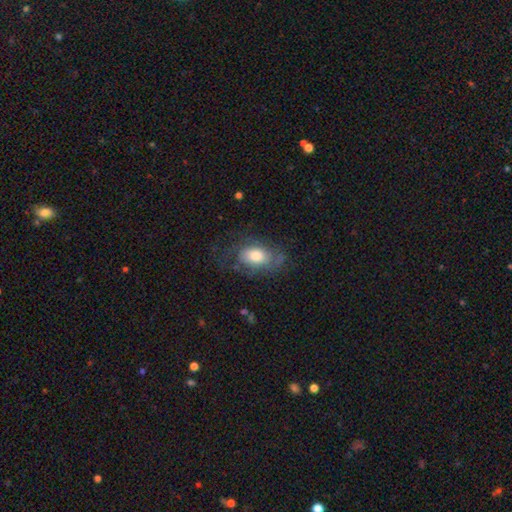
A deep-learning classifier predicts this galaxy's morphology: Q: Smooth or featured?
A: smooth (47%); runner-up: featured or disk (45%)
Q: Merging?
A: none (55%); runner-up: minor disturbance (24%)